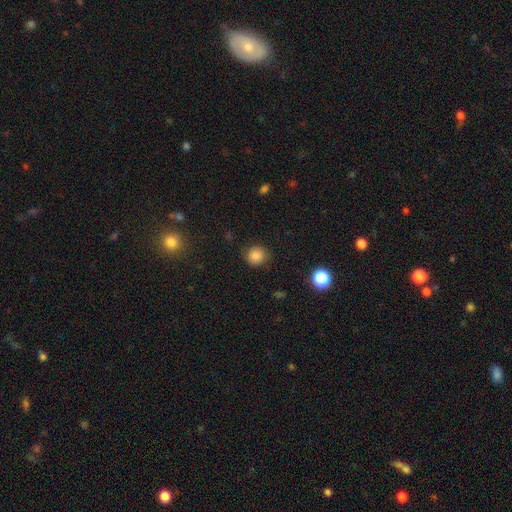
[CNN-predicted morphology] Smooth or featured?
  - smooth: 83% *
  - star or artifact: 12%
  - featured or disk: 5%
How rounded?
  - round: 88% *
  - in between: 11%
  - cigar-shaped: 1%
Merging?
  - none: 84% *
  - minor disturbance: 11%
  - major disturbance: 3%
  - merger: 1%